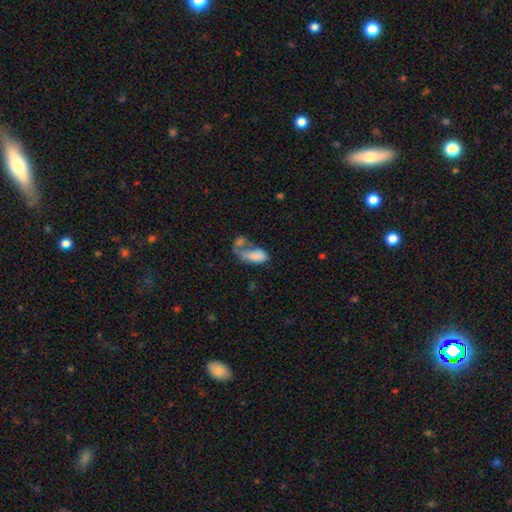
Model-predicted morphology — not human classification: smooth 72%, featured or disk 20%, star or artifact 8%. Down the decision tree: how rounded — in between (90%); merging — merger (49%).